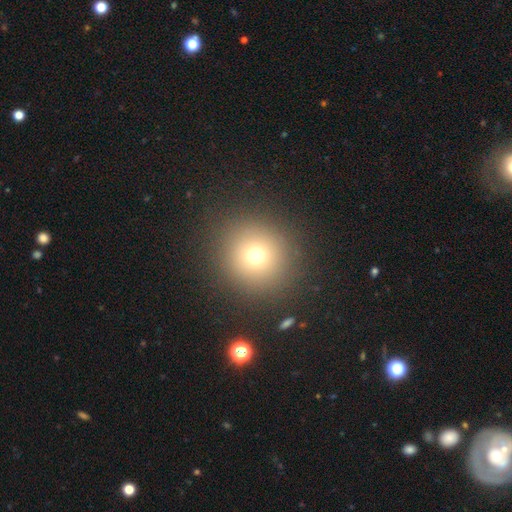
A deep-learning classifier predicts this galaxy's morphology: smooth 71%, star or artifact 18%, featured or disk 11%. Down the decision tree: how rounded — round (93%); merging — none (88%).